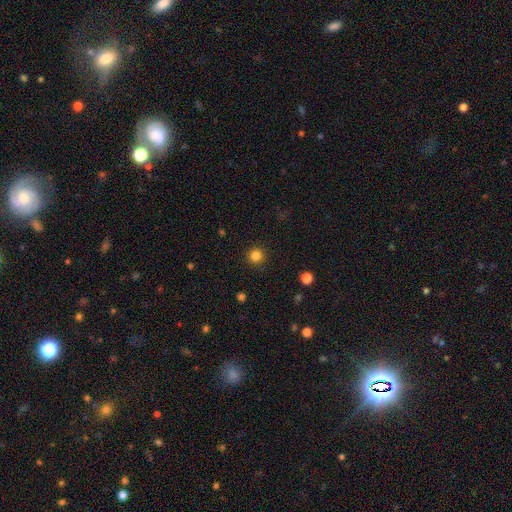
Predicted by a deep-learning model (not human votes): Overall: smooth (83%). How rounded: round (96%). Merging: none (92%).